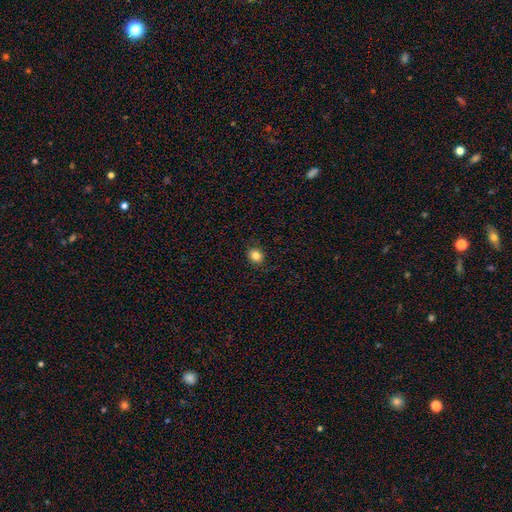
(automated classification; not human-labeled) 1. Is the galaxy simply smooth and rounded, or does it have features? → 84% smooth, 11% star or artifact, 5% featured or disk.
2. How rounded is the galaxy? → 70% round, 29% in between, 1% cigar-shaped.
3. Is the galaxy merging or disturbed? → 87% none, 9% minor disturbance, 2% major disturbance, 1% merger.